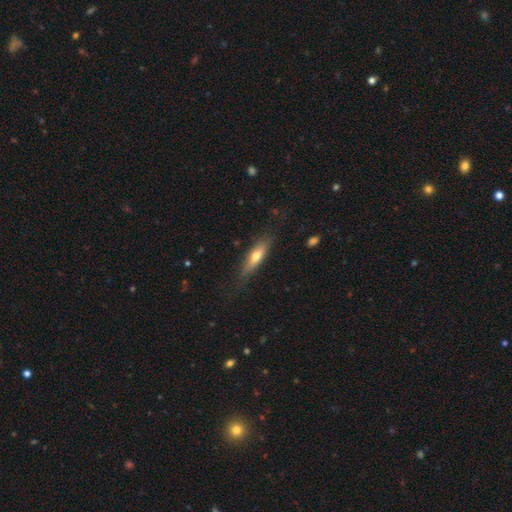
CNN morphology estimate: Q: Smooth or featured?
A: smooth (56%); runner-up: featured or disk (37%)
Q: How rounded?
A: cigar-shaped (62%); runner-up: in between (36%)
Q: Merging?
A: none (78%); runner-up: minor disturbance (16%)